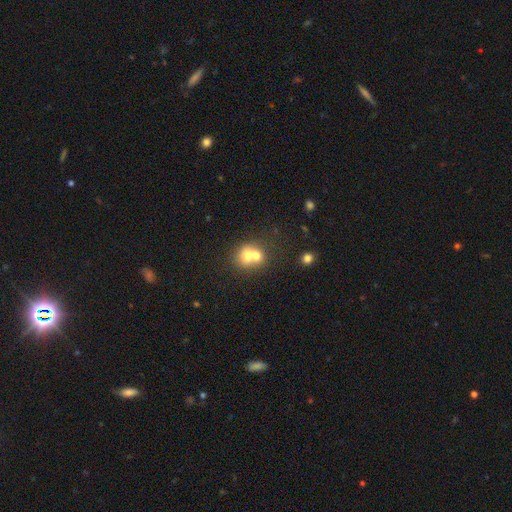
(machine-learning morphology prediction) This appears to be a smooth galaxy with no disk features (68%) that is round (71%). Merging: merger (64%).